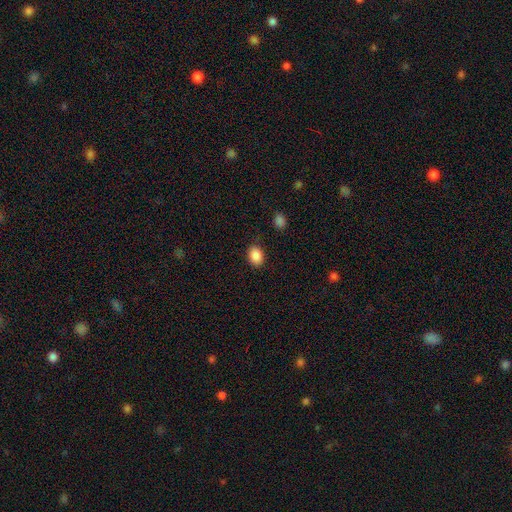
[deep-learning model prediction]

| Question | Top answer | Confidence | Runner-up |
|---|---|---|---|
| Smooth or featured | smooth | 88% | star or artifact (9%) |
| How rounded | in between | 70% | round (29%) |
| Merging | none | 84% | minor disturbance (11%) |